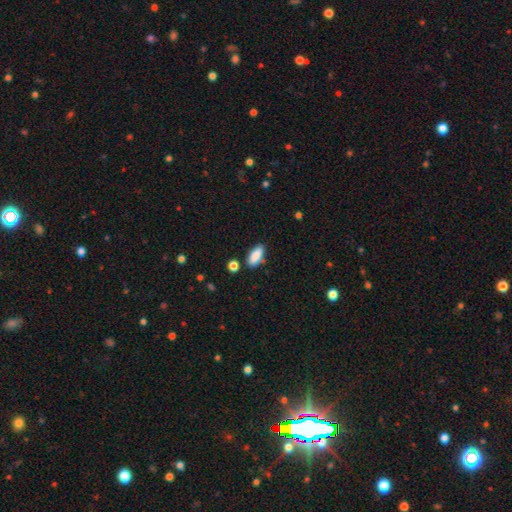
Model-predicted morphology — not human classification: The model was most divided on "merging": none: 79%, minor disturbance: 14%, merger: 4%, major disturbance: 3%. More confident: smooth or featured — smooth (88%); how rounded — in between (82%).